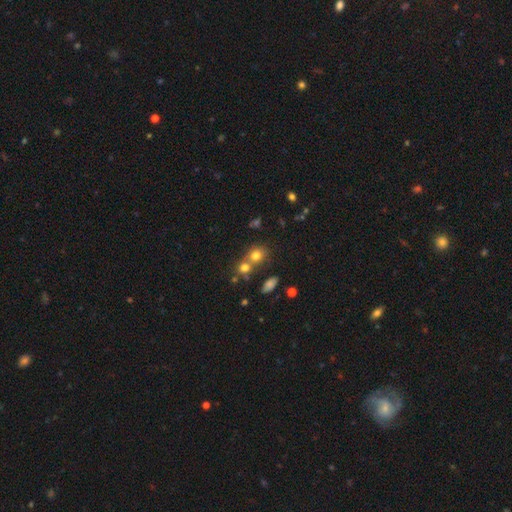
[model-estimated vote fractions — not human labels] This appears to be a smooth galaxy with no disk features (73%) that is round (70%). Merging: none (47%).